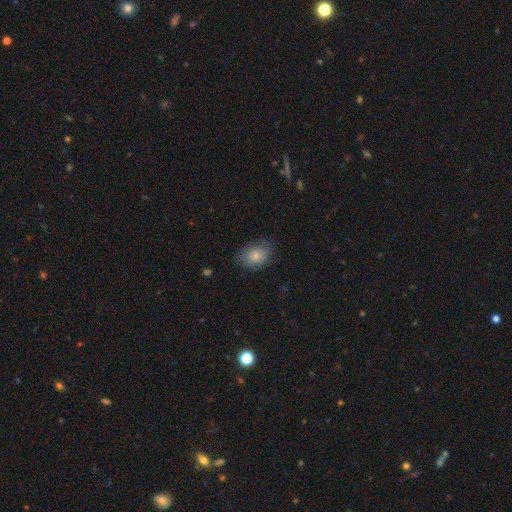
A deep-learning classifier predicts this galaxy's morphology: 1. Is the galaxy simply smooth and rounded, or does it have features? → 80% smooth, 12% featured or disk, 8% star or artifact.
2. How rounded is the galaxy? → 67% in between, 32% round, 1% cigar-shaped.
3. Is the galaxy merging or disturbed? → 71% none, 22% minor disturbance, 6% major disturbance, 1% merger.